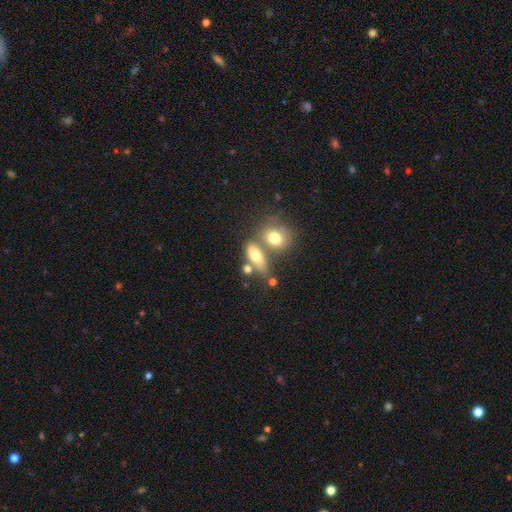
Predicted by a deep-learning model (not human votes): Smooth or featured? Predicted: smooth (p=0.68). How rounded? Predicted: in between (p=0.71). Merging? Predicted: none (p=0.44).